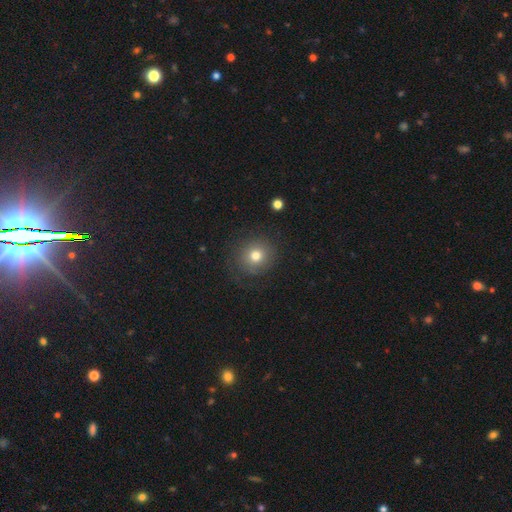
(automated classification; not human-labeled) A smooth galaxy with no disk features (73%) that is round (88%).

Vote fractions:
- Smooth or featured? smooth: 73% / featured or disk: 15% / star or artifact: 12%
- How rounded? round: 88% / in between: 11% / cigar-shaped: 1%
- Merging? none: 79% / minor disturbance: 12% / major disturbance: 7% / merger: 1%